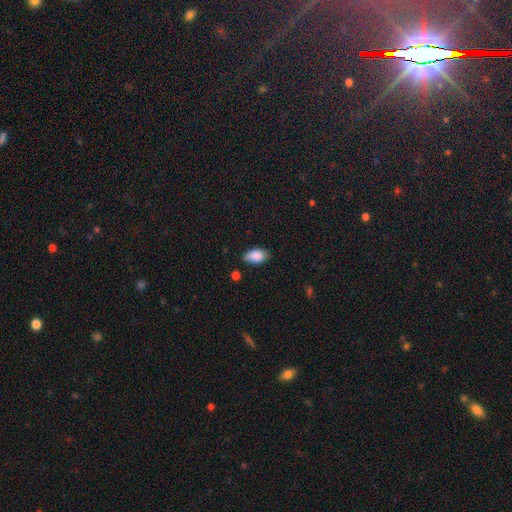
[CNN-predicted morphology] Q: Smooth or featured?
A: smooth (88%); runner-up: star or artifact (7%)
Q: How rounded?
A: in between (93%); runner-up: round (4%)
Q: Merging?
A: none (78%); runner-up: minor disturbance (17%)